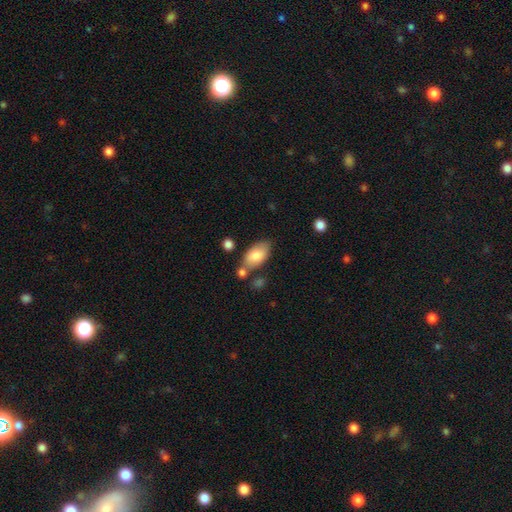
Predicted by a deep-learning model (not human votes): Smooth or featured? Predicted: smooth (p=0.81). How rounded? Predicted: in between (p=0.93). Merging? Predicted: none (p=0.65).